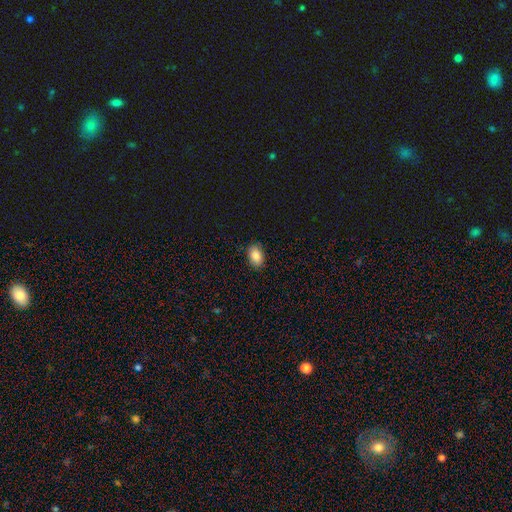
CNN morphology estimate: Smooth or featured? Predicted: smooth (p=0.87). How rounded? Predicted: in between (p=0.87). Merging? Predicted: none (p=0.86).